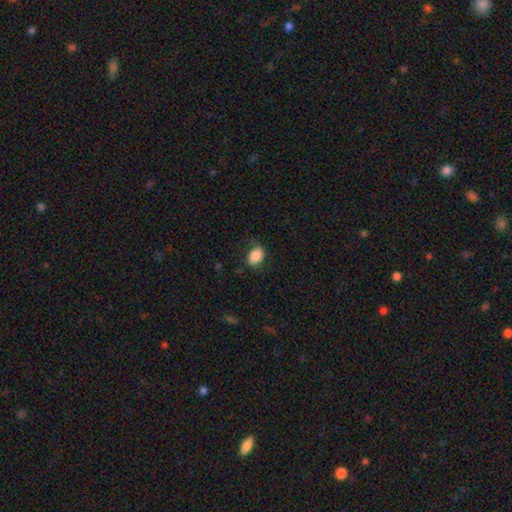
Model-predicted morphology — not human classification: Smooth or featured? smooth (81%)
How rounded? in between (80%)
Merging? none (67%)